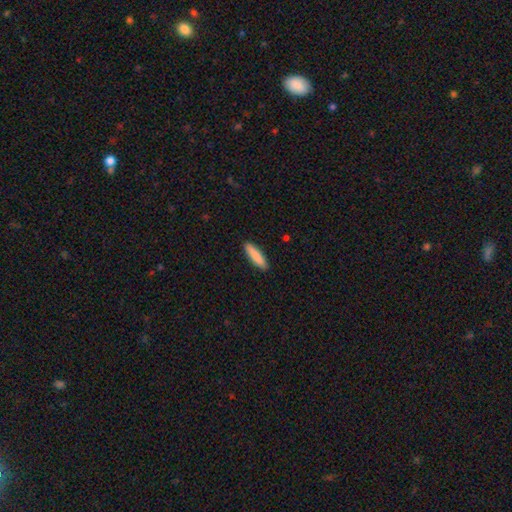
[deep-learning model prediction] This appears to be a smooth galaxy with no disk features (87%) that is cigar-shaped (75%). Merging: none (90%).